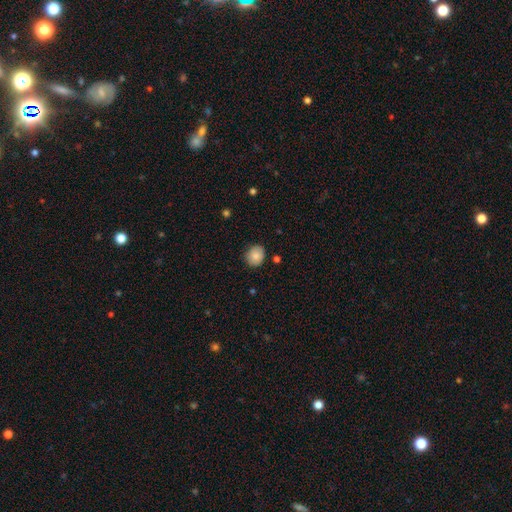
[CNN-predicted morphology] smooth 85%, star or artifact 8%, featured or disk 7%. Down the decision tree: how rounded — round (78%); merging — none (85%).